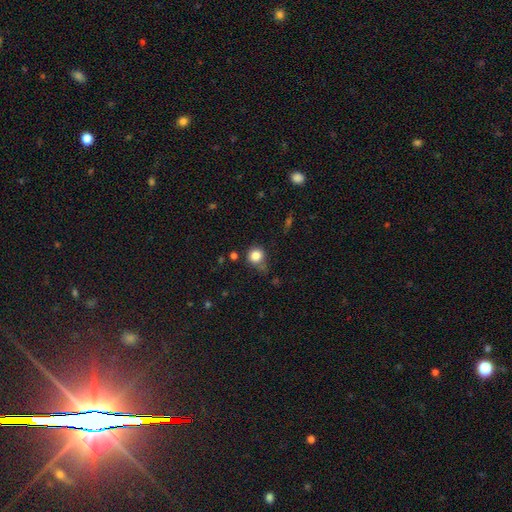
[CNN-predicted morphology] Smooth or featured? smooth (83%)
How rounded? round (87%)
Merging? none (60%)